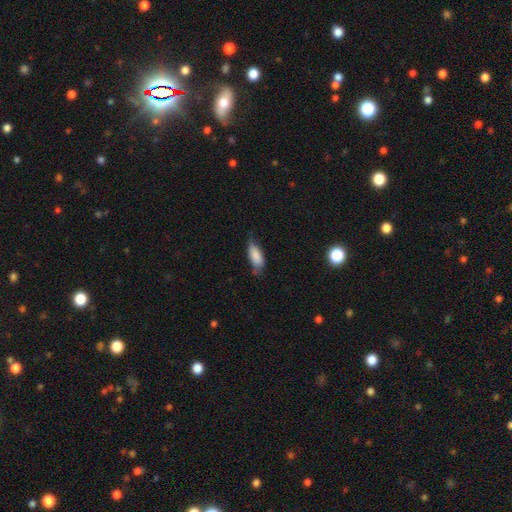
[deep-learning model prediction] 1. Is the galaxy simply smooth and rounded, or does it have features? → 84% smooth, 10% featured or disk, 7% star or artifact.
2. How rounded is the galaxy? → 81% in between, 16% cigar-shaped, 2% round.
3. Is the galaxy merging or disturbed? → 53% none, 36% minor disturbance, 8% major disturbance, 2% merger.